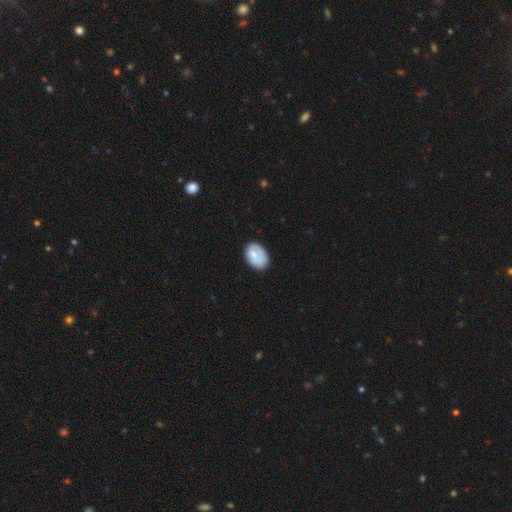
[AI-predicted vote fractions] smooth_or_featured: smooth (p=0.71) [alt: featured or disk p=0.22]
how_rounded: in between (p=0.79) [alt: round p=0.20]
merging: none (p=0.70) [alt: minor disturbance p=0.22]